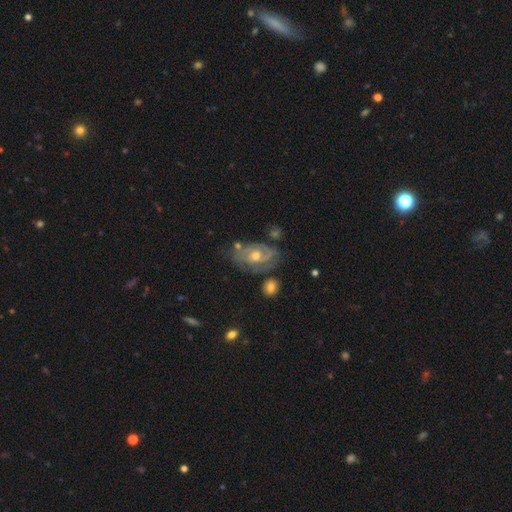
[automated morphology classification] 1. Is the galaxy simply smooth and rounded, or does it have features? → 75% featured or disk, 17% smooth, 8% star or artifact.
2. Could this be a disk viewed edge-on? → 95% no, 5% yes.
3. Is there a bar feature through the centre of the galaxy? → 67% no, 27% weak, 6% strong.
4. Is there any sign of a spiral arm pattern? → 81% yes, 19% no.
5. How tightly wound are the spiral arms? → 55% tight, 34% medium, 11% loose.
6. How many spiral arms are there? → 44% 2, 34% can't tell, 10% 3, 6% 1, 3% 4, 3% more than 4.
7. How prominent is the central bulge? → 70% moderate, 23% small, 4% large, 1% none, 1% dominant.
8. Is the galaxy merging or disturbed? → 59% none, 23% minor disturbance, 11% major disturbance, 7% merger.